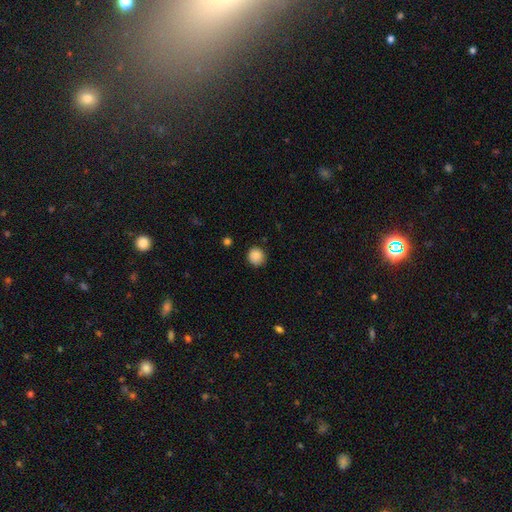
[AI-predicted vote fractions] A smooth galaxy with no disk features (88%) that is round (92%).

Vote fractions:
- Smooth or featured? smooth: 88% / star or artifact: 9% / featured or disk: 3%
- How rounded? round: 92% / in between: 7% / cigar-shaped: 1%
- Merging? none: 88% / minor disturbance: 8% / major disturbance: 2% / merger: 1%